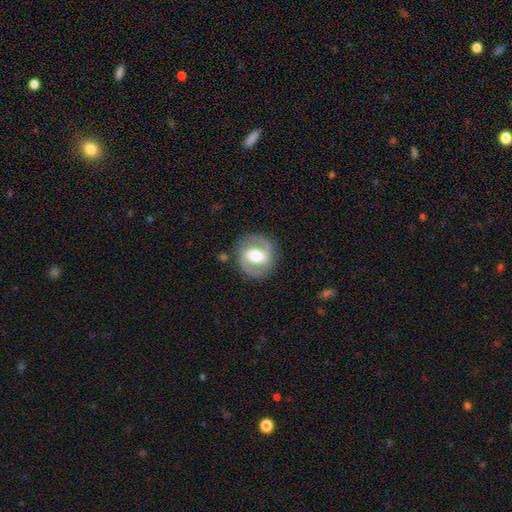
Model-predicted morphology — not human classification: featured or disk 77%, smooth 18%, star or artifact 6%. Down the decision tree: edge-on disk — no (97%); bar — strong (44%); spiral arms — yes (86%); spiral arm count — 2 (90%); spiral winding — medium (52%); bulge size — moderate (58%); merging — none (84%).